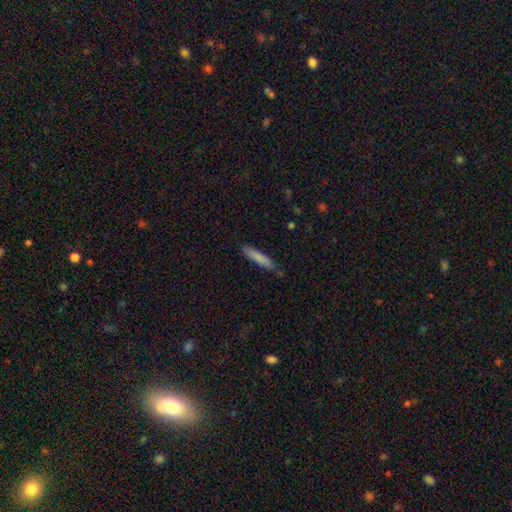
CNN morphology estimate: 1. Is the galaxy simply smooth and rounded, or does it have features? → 78% smooth, 15% featured or disk, 6% star or artifact.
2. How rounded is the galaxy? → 91% cigar-shaped, 8% in between, 1% round.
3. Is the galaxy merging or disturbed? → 79% none, 16% minor disturbance, 3% major disturbance, 2% merger.